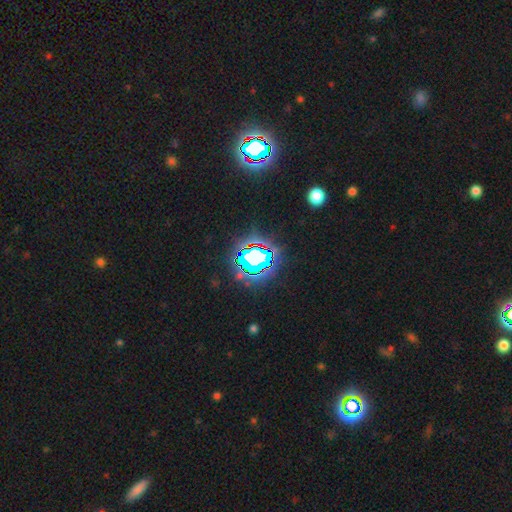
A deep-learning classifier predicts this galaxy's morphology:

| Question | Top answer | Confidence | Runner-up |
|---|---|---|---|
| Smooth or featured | star or artifact | 70% | smooth (17%) |